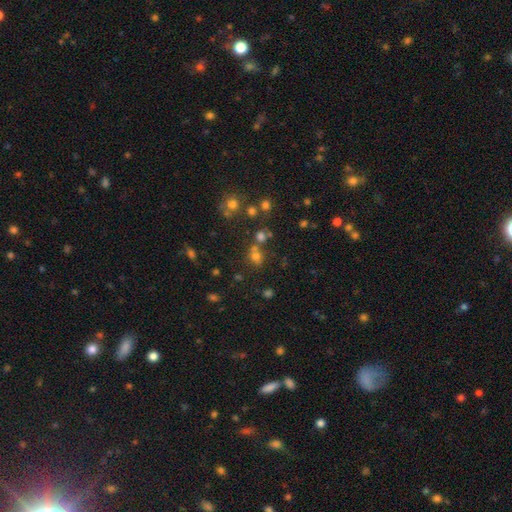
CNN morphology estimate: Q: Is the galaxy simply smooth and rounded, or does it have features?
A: smooth — 52%.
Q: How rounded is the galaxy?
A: round — 76%.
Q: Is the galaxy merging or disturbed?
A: none — 62%.